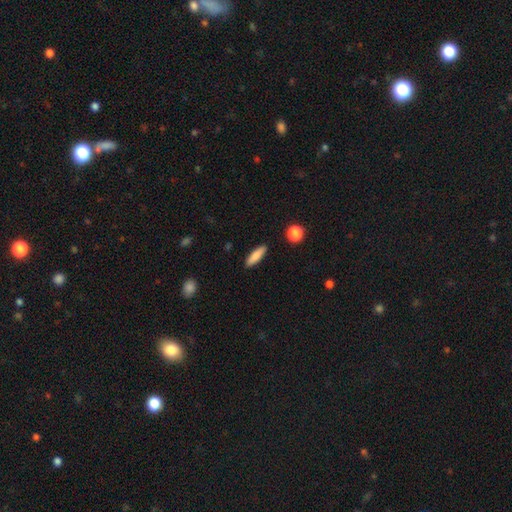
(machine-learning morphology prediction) This is clearly a smooth galaxy (84%). How rounded: possibly cigar-shaped (59%). Merging: clearly none (89%).